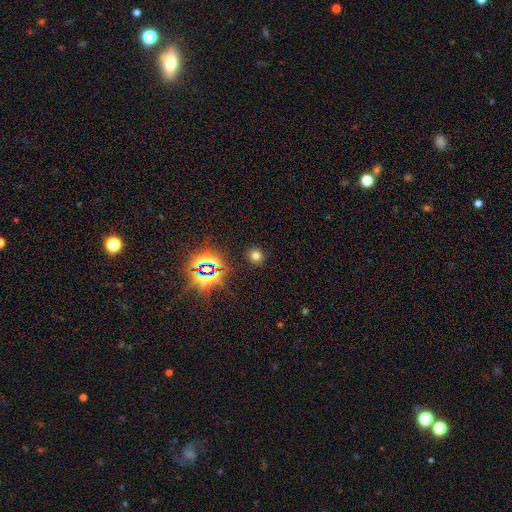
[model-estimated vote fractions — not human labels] Smooth or featured? Predicted: smooth (p=0.65). How rounded? Predicted: round (p=0.89). Merging? Predicted: none (p=0.89).